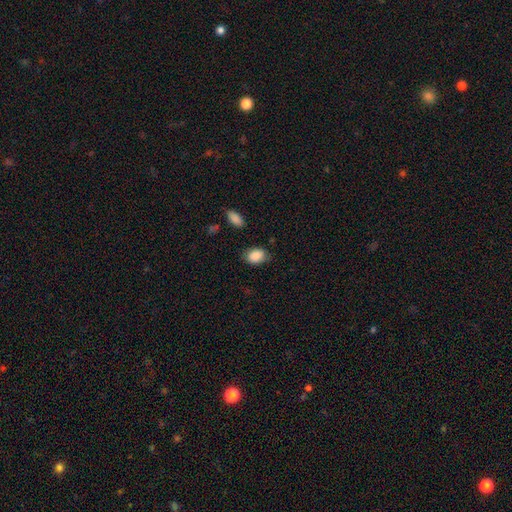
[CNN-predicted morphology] Smooth or featured?
  - smooth: 88% *
  - star or artifact: 7%
  - featured or disk: 5%
How rounded?
  - in between: 80% *
  - round: 18%
  - cigar-shaped: 1%
Merging?
  - none: 76% *
  - minor disturbance: 18%
  - major disturbance: 4%
  - merger: 2%